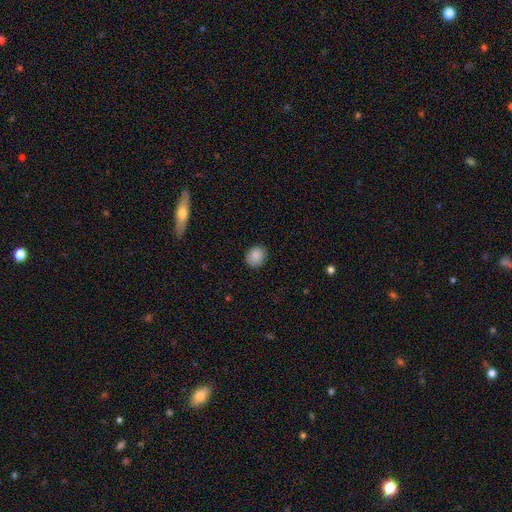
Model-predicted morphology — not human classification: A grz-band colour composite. It shows a smooth galaxy with no disk features (88%) that is round (69%). Merging: none (88%).